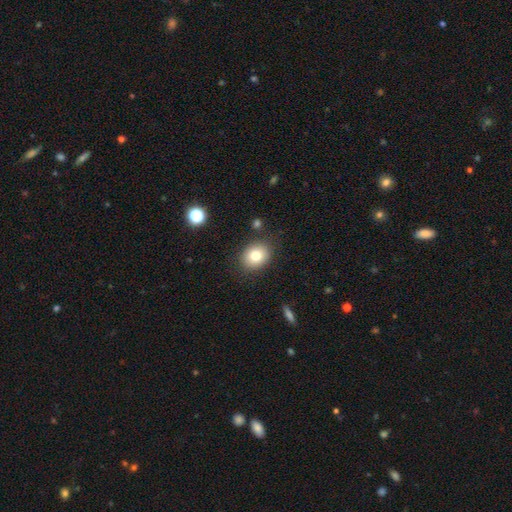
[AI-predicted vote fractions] A smooth galaxy with no disk features (81%) that is round (52%). Merging: none (85%).